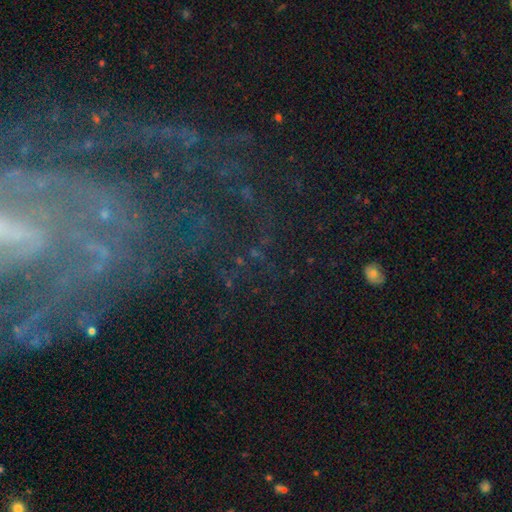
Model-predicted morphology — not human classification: smooth-or-featured: featured or disk: 52% | star or artifact: 32% | smooth: 16%
  disk-edge-on: no: 92% | yes: 8%
  merging: none: 66% | minor disturbance: 15% | major disturbance: 14% | merger: 5%